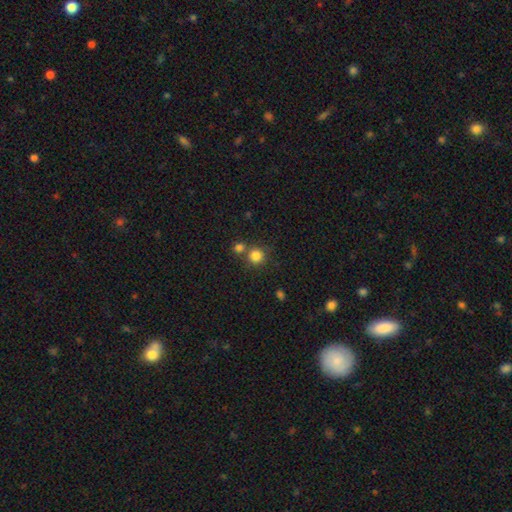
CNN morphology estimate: This is clearly a smooth galaxy (83%). How rounded: clearly round (92%). Merging: likely none (65%).